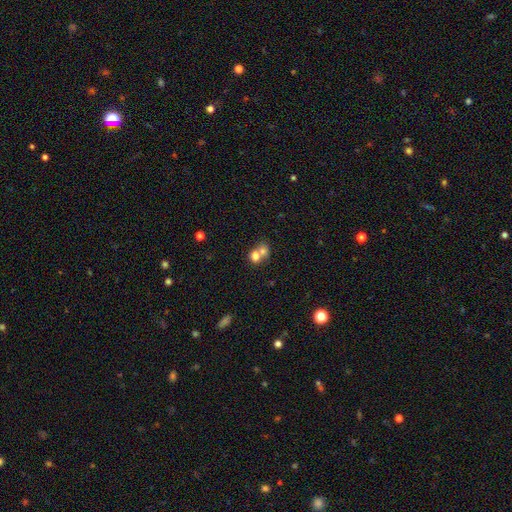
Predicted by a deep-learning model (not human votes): The model was most divided on "how rounded": round: 64%, in between: 35%, cigar-shaped: 1%. More confident: smooth or featured — smooth (72%); merging — merger (67%).